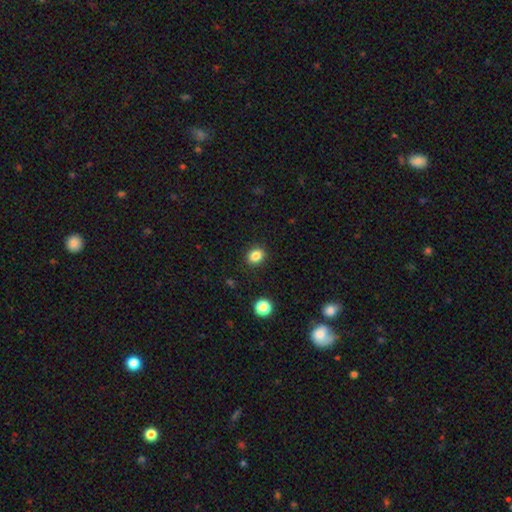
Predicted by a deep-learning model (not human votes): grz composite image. It shows a smooth galaxy with no disk features (84%) that is round (56%). Merging: none (89%).